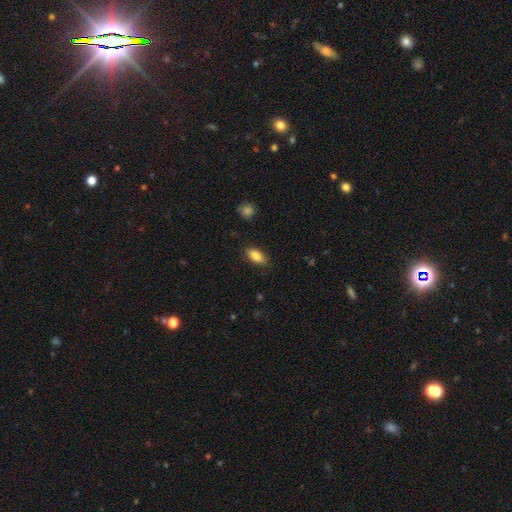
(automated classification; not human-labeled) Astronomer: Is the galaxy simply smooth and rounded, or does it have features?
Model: smooth — 86%.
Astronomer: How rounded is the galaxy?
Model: in between — 89%.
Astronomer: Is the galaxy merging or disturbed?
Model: none — 86%.